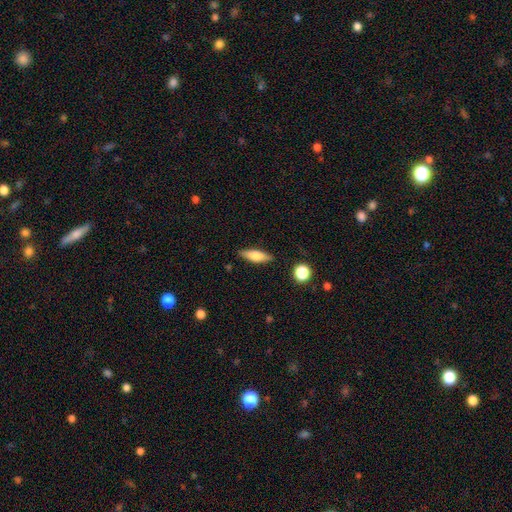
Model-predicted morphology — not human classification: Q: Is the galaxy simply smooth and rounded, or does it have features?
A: smooth — 66%.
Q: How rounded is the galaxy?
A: in between — 52%.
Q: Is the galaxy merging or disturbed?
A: none — 87%.